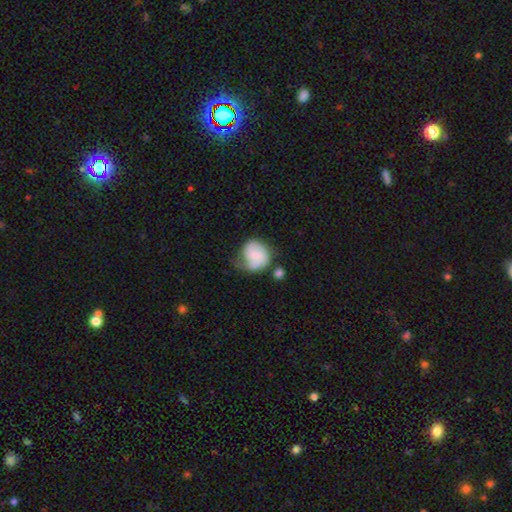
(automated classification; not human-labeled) A featured or disk galaxy (51%).

Vote fractions:
- Smooth or featured? featured or disk: 51% / smooth: 42% / star or artifact: 7%
- Edge-on disk? no: 98% / yes: 2%
- Merging? none: 40% / minor disturbance: 32% / major disturbance: 20% / merger: 8%